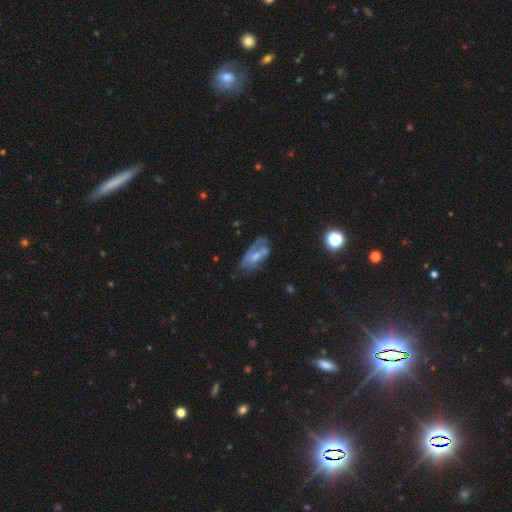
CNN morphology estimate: This is possibly a featured or disk galaxy (53%). It is clearly not viewed edge-on (91%). Merging: marginally none (39%).